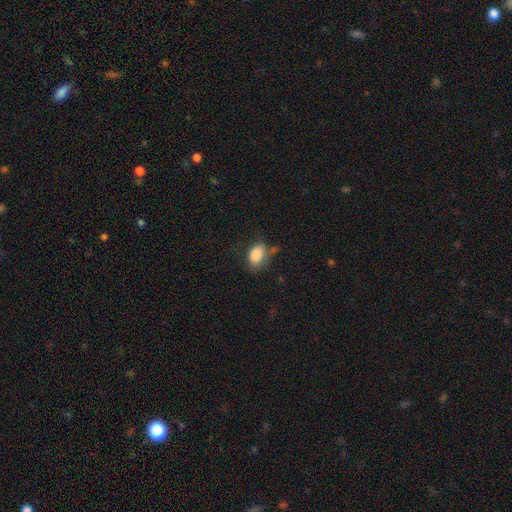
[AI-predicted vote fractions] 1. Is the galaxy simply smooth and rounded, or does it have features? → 85% smooth, 8% star or artifact, 7% featured or disk.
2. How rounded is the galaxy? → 87% in between, 12% round, 2% cigar-shaped.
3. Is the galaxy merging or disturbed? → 58% none, 26% minor disturbance, 10% major disturbance, 6% merger.